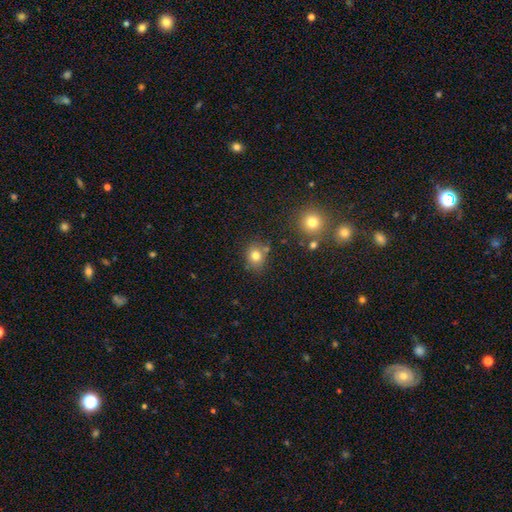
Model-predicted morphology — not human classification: Q: Smooth or featured?
A: smooth (78%); runner-up: star or artifact (13%)
Q: How rounded?
A: round (72%); runner-up: in between (27%)
Q: Merging?
A: none (73%); runner-up: minor disturbance (14%)